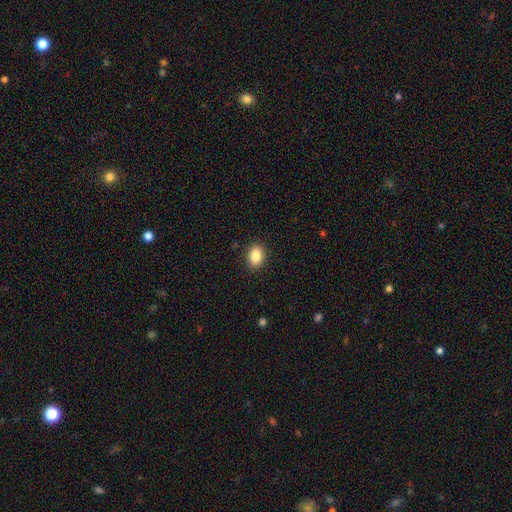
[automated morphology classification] smooth_or_featured: smooth (p=0.87) [alt: star or artifact p=0.09]
how_rounded: in between (p=0.73) [alt: round p=0.26]
merging: none (p=0.89) [alt: minor disturbance p=0.08]